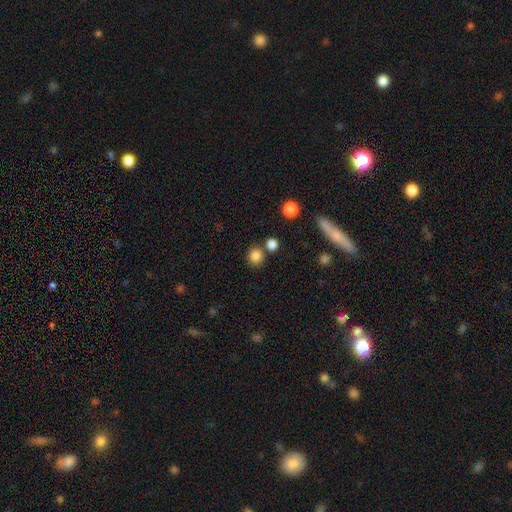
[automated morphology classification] smooth-or-featured: smooth: 83% | star or artifact: 12% | featured or disk: 5%
  how-rounded: round: 88% | in between: 11% | cigar-shaped: 1%
  merging: none: 74% | merger: 15% | minor disturbance: 8% | major disturbance: 3%